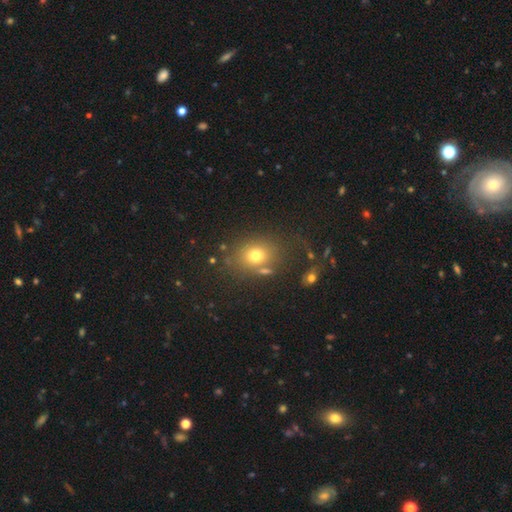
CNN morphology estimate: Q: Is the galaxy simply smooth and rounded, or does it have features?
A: smooth — 72%.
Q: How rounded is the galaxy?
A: round — 57%.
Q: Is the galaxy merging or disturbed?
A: none — 69%.